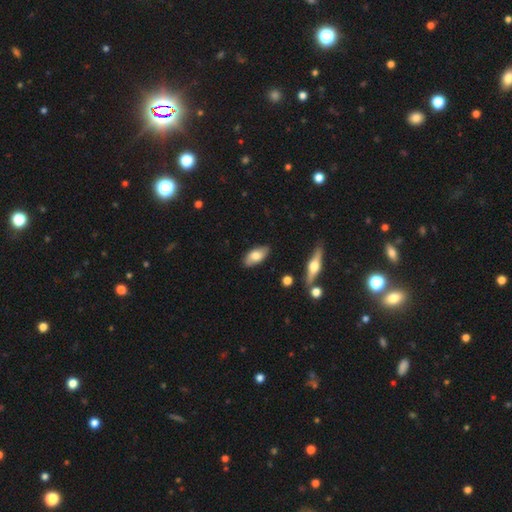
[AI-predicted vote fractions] Smooth or featured: smooth — 70% (featured or disk — 23%)
How rounded: in between — 89% (cigar-shaped — 9%)
Merging: none — 84% (minor disturbance — 12%)